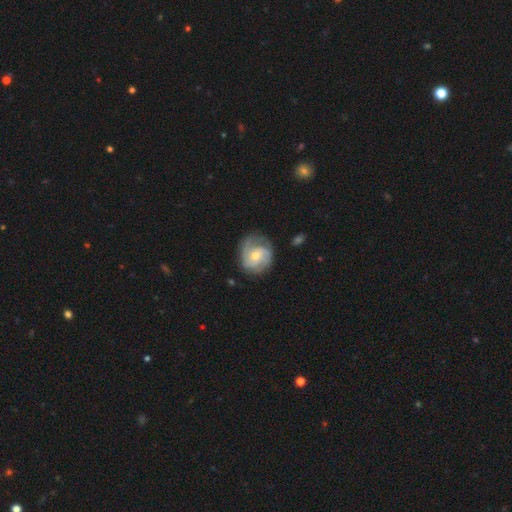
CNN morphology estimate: Q: Smooth or featured?
A: featured or disk (80%); runner-up: smooth (15%)
Q: Edge-on disk?
A: no (98%); runner-up: yes (2%)
Q: Bar?
A: no (66%); runner-up: weak (29%)
Q: Spiral arms?
A: yes (95%); runner-up: no (5%)
Q: Spiral winding?
A: tight (48%); runner-up: medium (39%)
Q: Spiral arm count?
A: 2 (36%); runner-up: 3 (33%)
Q: Bulge size?
A: moderate (56%); runner-up: small (40%)
Q: Merging?
A: none (72%); runner-up: minor disturbance (19%)